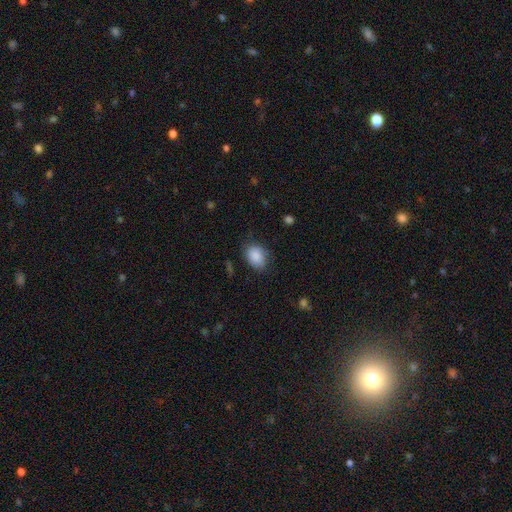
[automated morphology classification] Smooth or featured: smooth — 88% (star or artifact — 8%)
How rounded: in between — 70% (round — 29%)
Merging: none — 74% (minor disturbance — 20%)